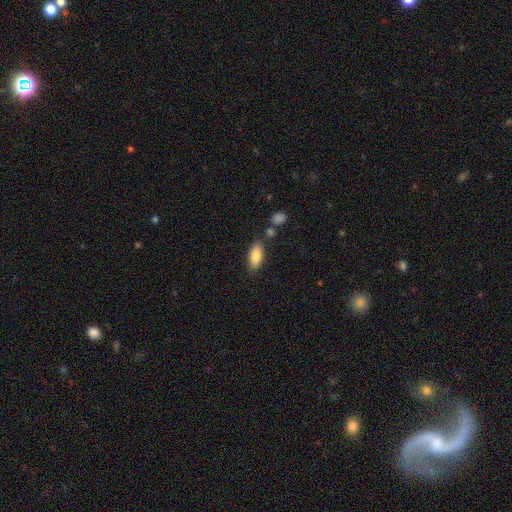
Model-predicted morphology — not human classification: Overall: smooth (84%). How rounded: in between (86%). Merging: none (77%).